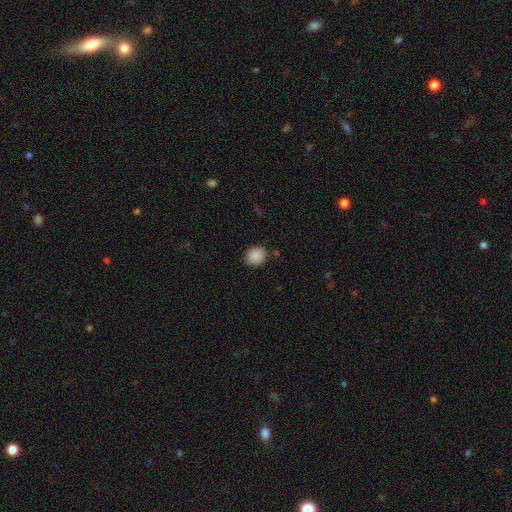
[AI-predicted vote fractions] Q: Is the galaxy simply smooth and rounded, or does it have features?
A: smooth — 89%.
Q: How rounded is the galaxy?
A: round — 76%.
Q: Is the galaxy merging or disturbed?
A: none — 85%.